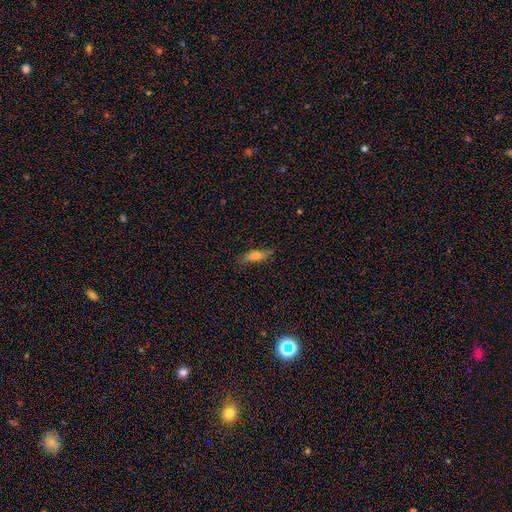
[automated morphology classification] smooth-or-featured: smooth: 63% | featured or disk: 29% | star or artifact: 8%
  how-rounded: in between: 54% | cigar-shaped: 43% | round: 4%
  merging: none: 75% | minor disturbance: 19% | major disturbance: 5% | merger: 1%